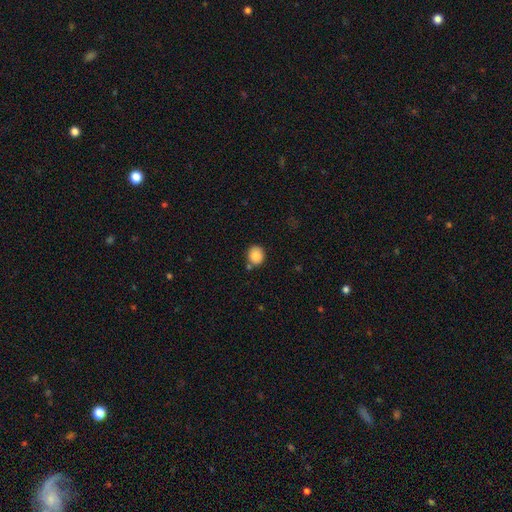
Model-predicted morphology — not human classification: Smooth or featured? Predicted: smooth (p=0.87). How rounded? Predicted: round (p=0.78). Merging? Predicted: none (p=0.76).